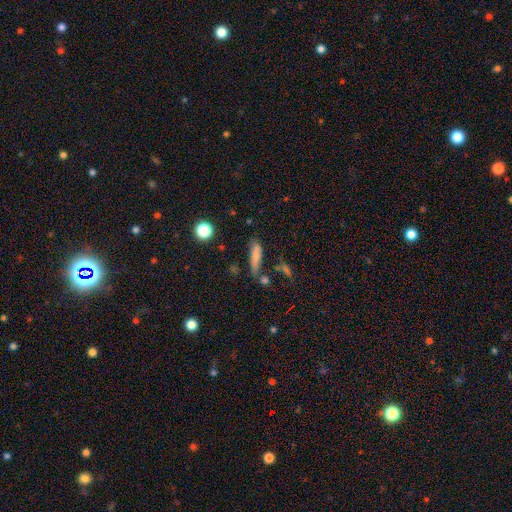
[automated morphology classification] This is likely a smooth galaxy (76%). How rounded: likely cigar-shaped (71%). Merging: likely none (62%).